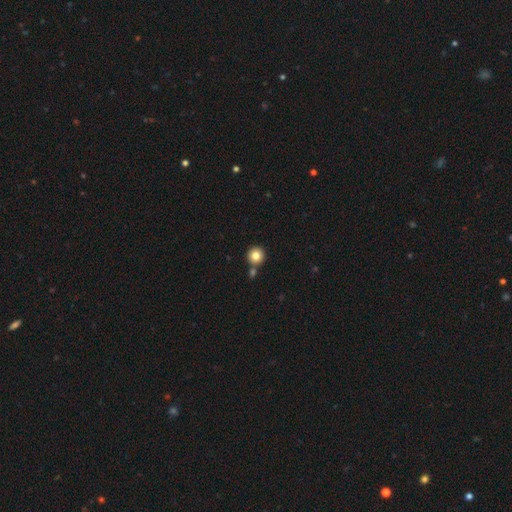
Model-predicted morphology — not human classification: A smooth galaxy with no disk features (82%) that is round (94%).

Vote fractions:
- Smooth or featured? smooth: 82% / star or artifact: 10% / featured or disk: 8%
- How rounded? round: 94% / in between: 5% / cigar-shaped: 1%
- Merging? none: 76% / merger: 15% / minor disturbance: 7% / major disturbance: 2%